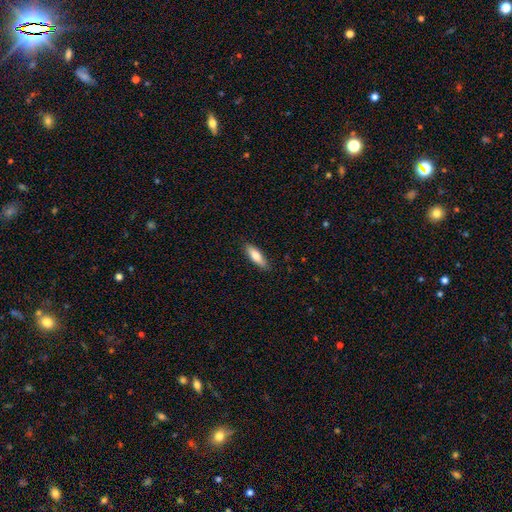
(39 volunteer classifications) Volunteers were most divided on "how rounded": cigar-shaped: 55%, in between: 45%, round: 0%. More confident: merging — none (92%); smooth or featured — smooth (74%).